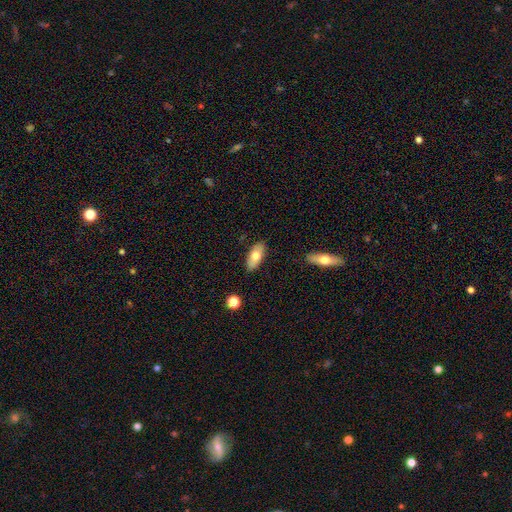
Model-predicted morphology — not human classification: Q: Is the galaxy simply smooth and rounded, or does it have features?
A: smooth — 69%.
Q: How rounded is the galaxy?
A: in between — 84%.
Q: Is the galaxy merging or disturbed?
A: none — 85%.